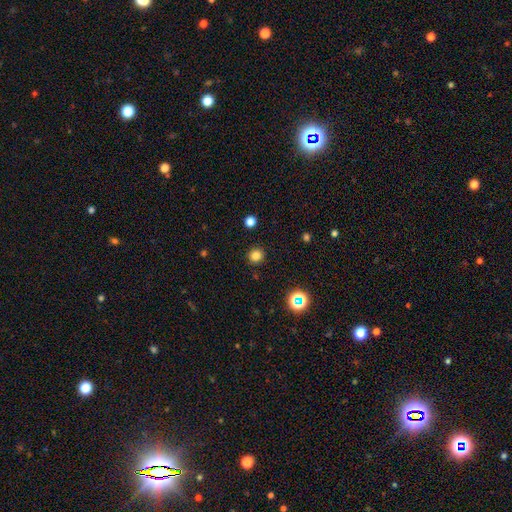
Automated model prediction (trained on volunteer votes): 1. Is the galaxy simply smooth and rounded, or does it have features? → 81% smooth, 15% star or artifact, 4% featured or disk.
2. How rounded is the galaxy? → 93% round, 6% in between, 1% cigar-shaped.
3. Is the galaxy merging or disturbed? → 91% none, 5% minor disturbance, 2% major disturbance, 1% merger.